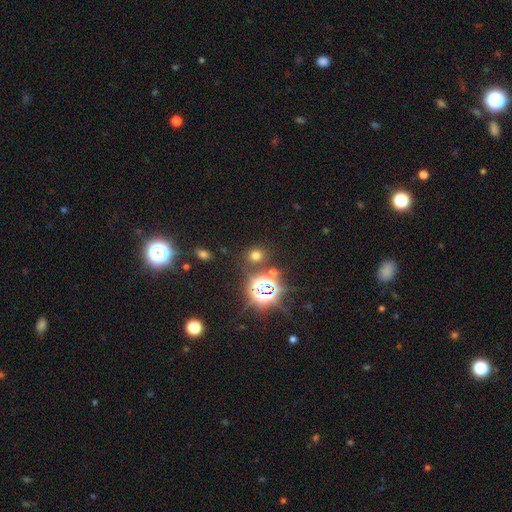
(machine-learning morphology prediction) smooth 57%, star or artifact 36%, featured or disk 7%. Down the decision tree: how rounded — round (75%); merging — none (82%).